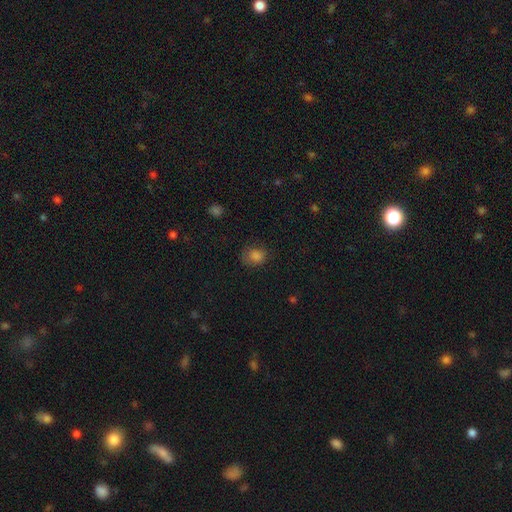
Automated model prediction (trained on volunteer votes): This appears to be a smooth galaxy with no disk features (81%) that is round (66%). Merging: none (67%).